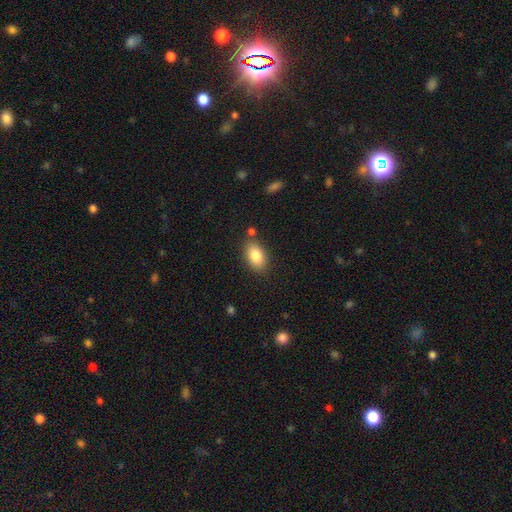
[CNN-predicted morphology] This is clearly a smooth galaxy (85%). How rounded: clearly in between (90%). Merging: clearly none (81%).